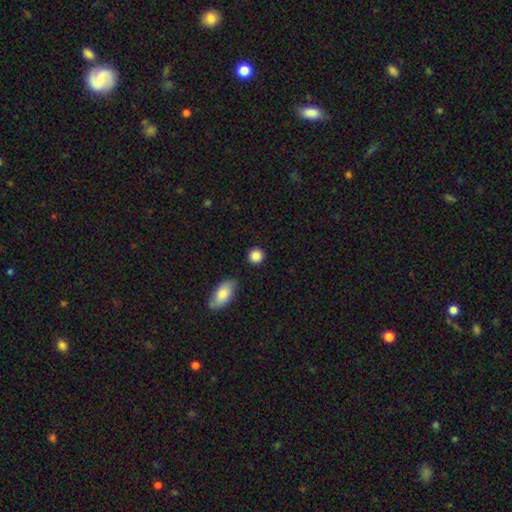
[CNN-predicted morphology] smooth_or_featured: smooth (p=0.88) [alt: star or artifact p=0.08]
how_rounded: round (p=0.89) [alt: in between p=0.09]
merging: none (p=0.87) [alt: minor disturbance p=0.08]